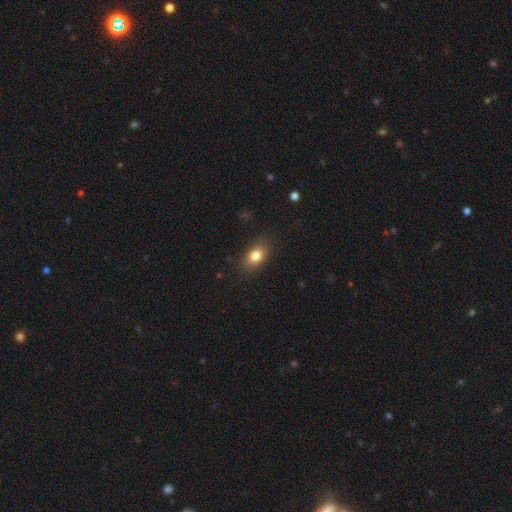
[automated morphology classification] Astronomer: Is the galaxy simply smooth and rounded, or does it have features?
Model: smooth — 80%.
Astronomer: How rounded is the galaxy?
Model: in between — 80%.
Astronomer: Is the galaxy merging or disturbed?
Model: none — 84%.